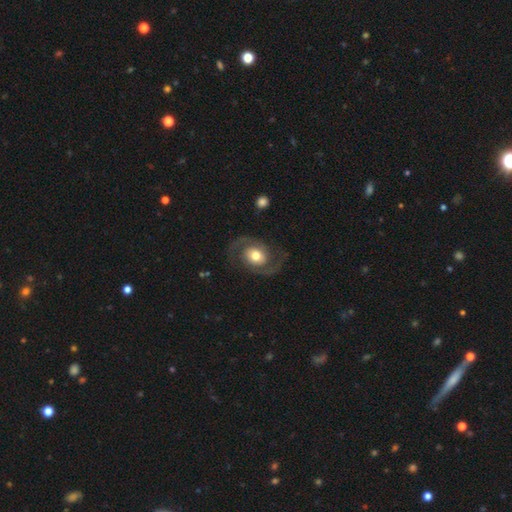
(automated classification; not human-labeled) Smooth or featured? Predicted: featured or disk (p=0.81). Edge-on disk? Predicted: no (p=0.97). Bar? Predicted: no (p=0.72). Spiral arms? Predicted: yes (p=0.90). Spiral winding? Predicted: medium (p=0.53). Spiral arm count? Predicted: 2 (p=0.93). Bulge size? Predicted: moderate (p=0.67). Merging? Predicted: none (p=0.81).